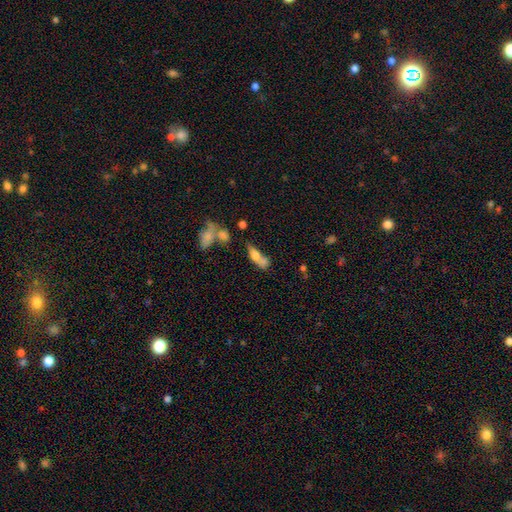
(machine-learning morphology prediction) This appears to be a smooth galaxy with no disk features (63%) that is in between round and cigar-shaped (58%). Merging: merger (41%).